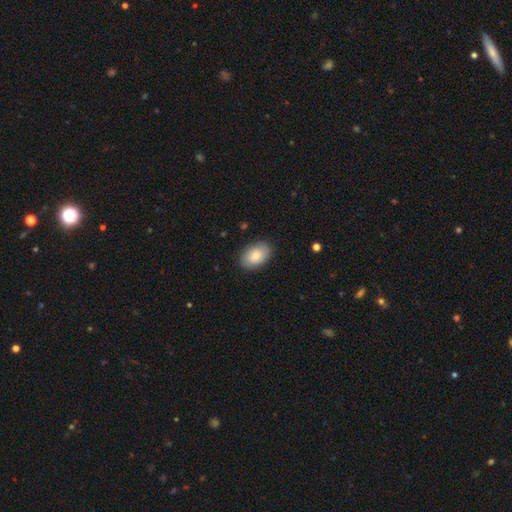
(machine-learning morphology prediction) A smooth galaxy with no disk features (81%) that is in between round and cigar-shaped (89%). Merging: none (85%).